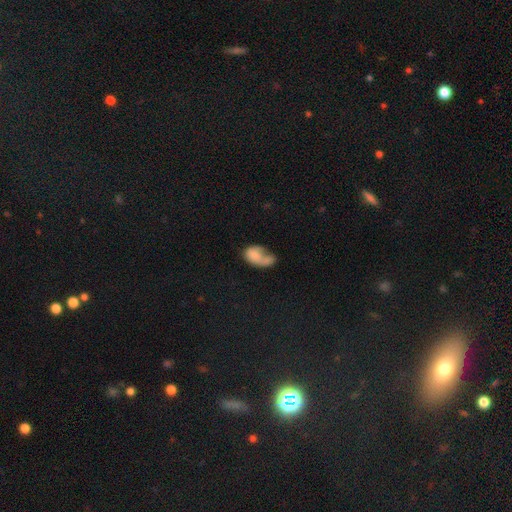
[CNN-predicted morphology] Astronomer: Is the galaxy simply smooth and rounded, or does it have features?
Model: smooth — 67%.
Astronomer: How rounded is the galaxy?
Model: in between — 85%.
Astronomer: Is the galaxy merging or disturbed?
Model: merger — 37% (runner-up: major disturbance, 27%).